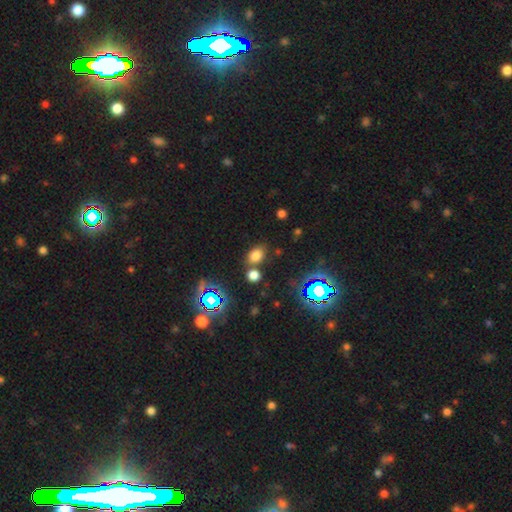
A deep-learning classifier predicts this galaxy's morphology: Smooth or featured? smooth (71%)
How rounded? in between (64%)
Merging? none (67%)